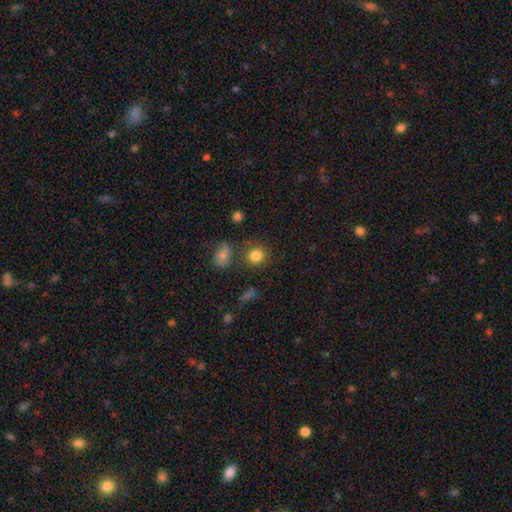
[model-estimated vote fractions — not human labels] Morphology: type=smooth (82%); roundness=round (82%); merging=none (76%).